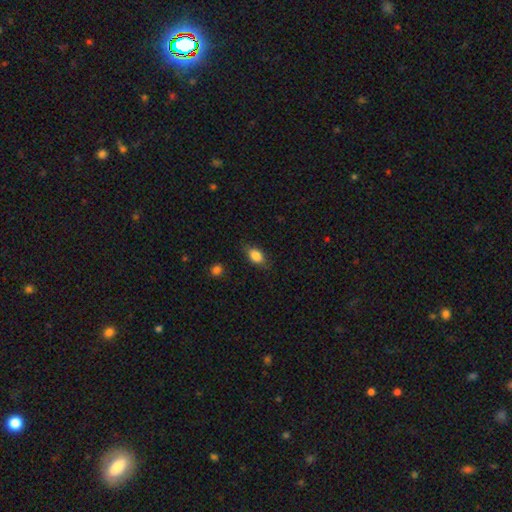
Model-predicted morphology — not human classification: This appears to be a smooth galaxy with no disk features (84%) that is in between round and cigar-shaped (85%). Merging: none (79%).